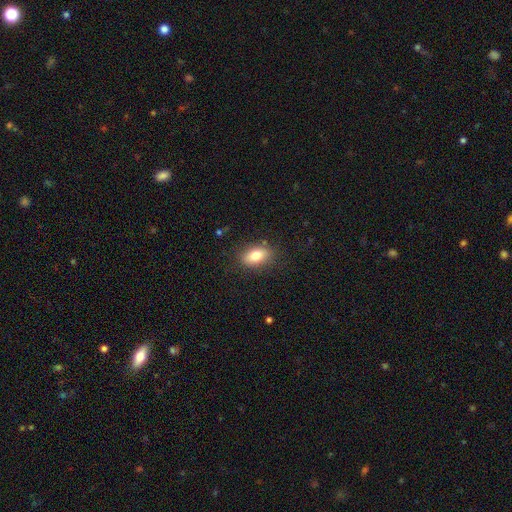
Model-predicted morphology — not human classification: smooth-or-featured: smooth: 78% | featured or disk: 13% | star or artifact: 8%
  how-rounded: in between: 84% | round: 12% | cigar-shaped: 4%
  merging: none: 83% | minor disturbance: 12% | major disturbance: 3% | merger: 1%